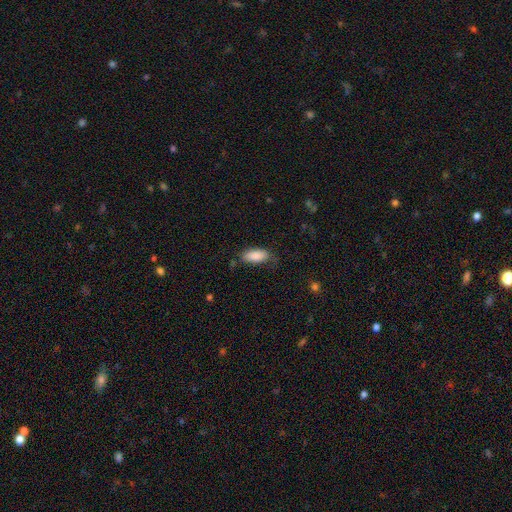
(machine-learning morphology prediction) This appears to be a smooth galaxy with no disk features (86%) that is in between round and cigar-shaped (87%). Merging: none (73%).